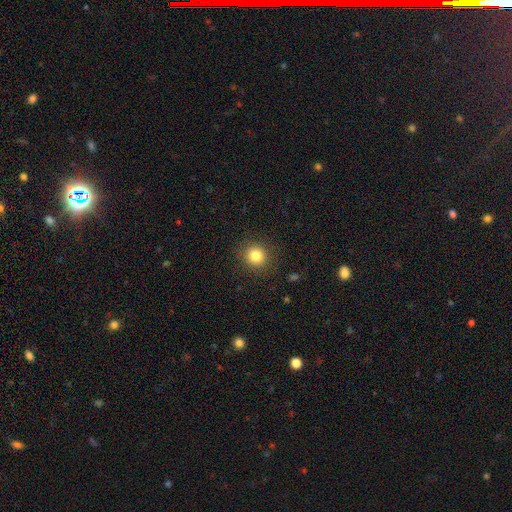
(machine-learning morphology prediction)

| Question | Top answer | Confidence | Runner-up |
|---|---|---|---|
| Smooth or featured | smooth | 83% | star or artifact (11%) |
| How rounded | round | 90% | in between (9%) |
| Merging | none | 90% | minor disturbance (7%) |